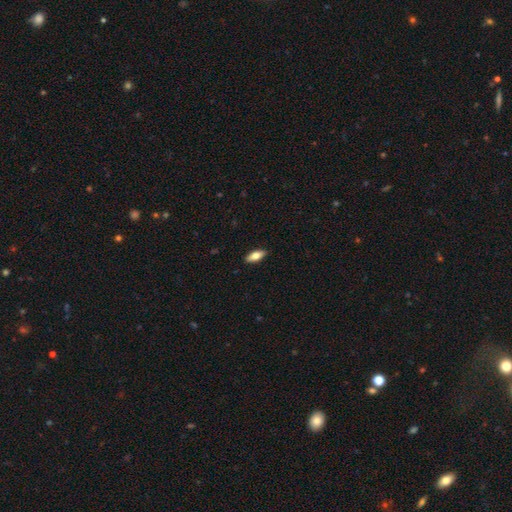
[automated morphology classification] type=smooth (71%); roundness=in between (78%); merging=none (90%).